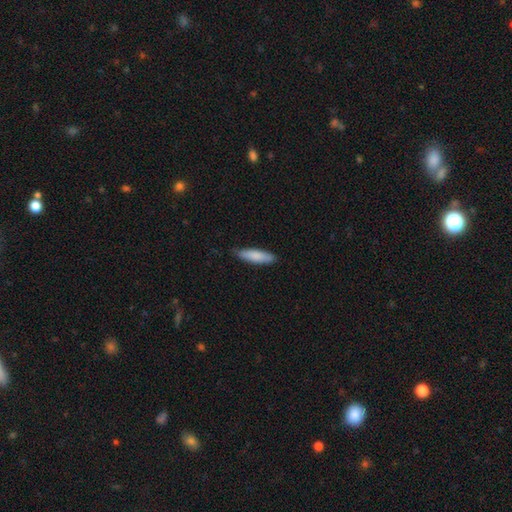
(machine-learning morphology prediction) Smooth or featured? Predicted: smooth (p=0.84). How rounded? Predicted: cigar-shaped (p=0.66). Merging? Predicted: none (p=0.82).